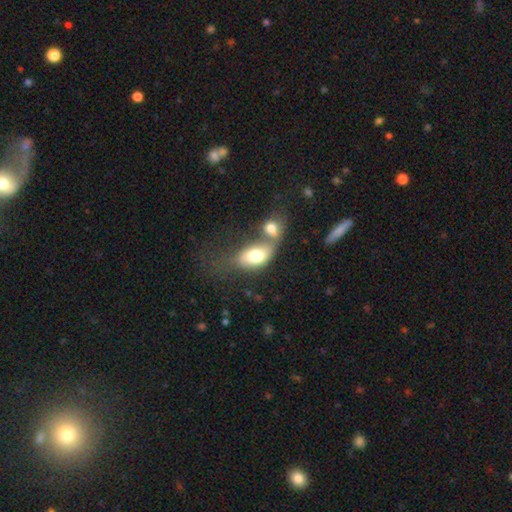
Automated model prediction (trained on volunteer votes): This appears to be a smooth galaxy with no disk features (72%) that is in between round and cigar-shaped (85%). Merging: merger (62%).